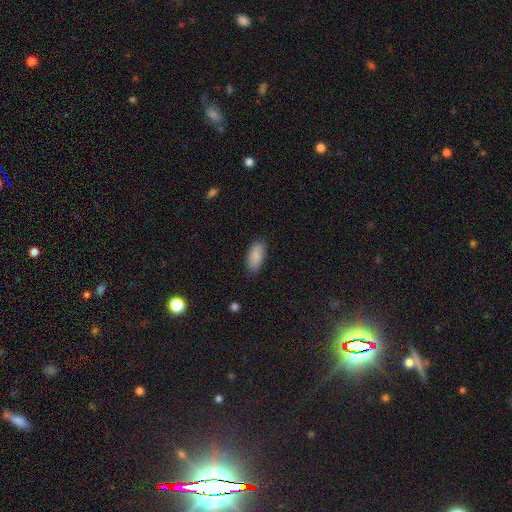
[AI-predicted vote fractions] smooth 88%, star or artifact 6%, featured or disk 6%. Down the decision tree: how rounded — in between (91%); merging — none (84%).